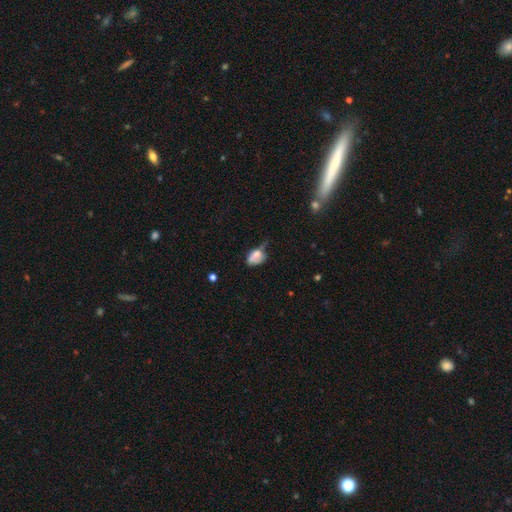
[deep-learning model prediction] The model was most divided on "merging": minor disturbance: 35%, major disturbance: 31%, none: 23%, merger: 11%. More confident: how rounded — in between (80%); smooth or featured — smooth (68%).